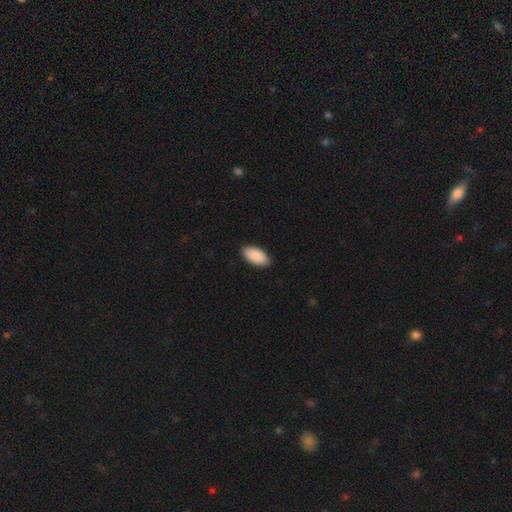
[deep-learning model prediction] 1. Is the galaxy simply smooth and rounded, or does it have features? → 91% smooth, 6% star or artifact, 3% featured or disk.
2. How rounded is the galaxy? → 95% in between, 3% cigar-shaped, 2% round.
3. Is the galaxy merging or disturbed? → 89% none, 8% minor disturbance, 2% major disturbance, 1% merger.